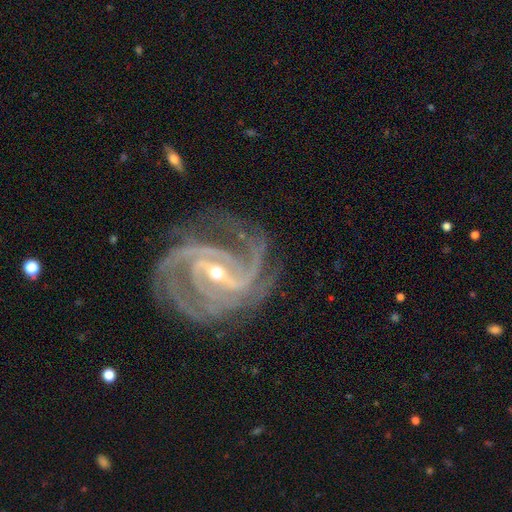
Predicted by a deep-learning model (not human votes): featured or disk 92%, star or artifact 5%, smooth 2%. Down the decision tree: edge-on disk — no (97%); bar — strong (61%); spiral arms — yes (99%); spiral arm count — 3 (35%); spiral winding — tight (51%); bulge size — small (59%); merging — none (71%).